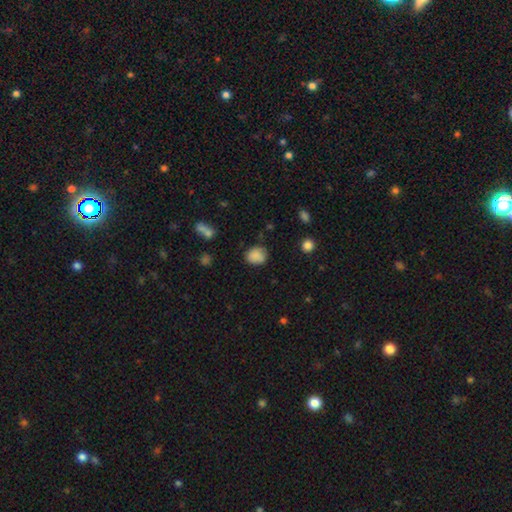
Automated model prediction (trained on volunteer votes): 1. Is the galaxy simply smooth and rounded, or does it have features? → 85% smooth, 10% star or artifact, 5% featured or disk.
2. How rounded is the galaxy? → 60% round, 39% in between, 1% cigar-shaped.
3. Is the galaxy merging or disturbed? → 70% none, 22% minor disturbance, 5% major disturbance, 3% merger.